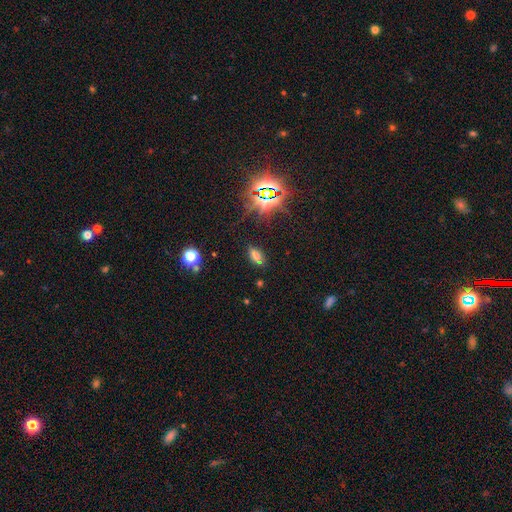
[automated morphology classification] Smooth or featured?
  - smooth: 60% *
  - star or artifact: 28%
  - featured or disk: 11%
How rounded?
  - in between: 87% *
  - cigar-shaped: 7%
  - round: 5%
Merging?
  - none: 78% *
  - minor disturbance: 14%
  - major disturbance: 4%
  - merger: 4%